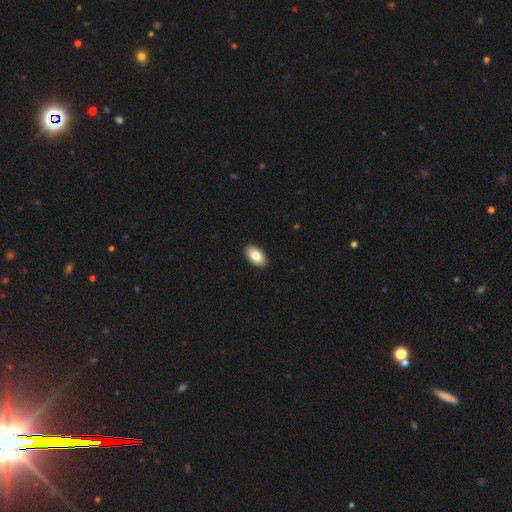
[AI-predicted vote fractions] smooth 84%, featured or disk 9%, star or artifact 6%. Down the decision tree: how rounded — in between (95%); merging — none (91%).